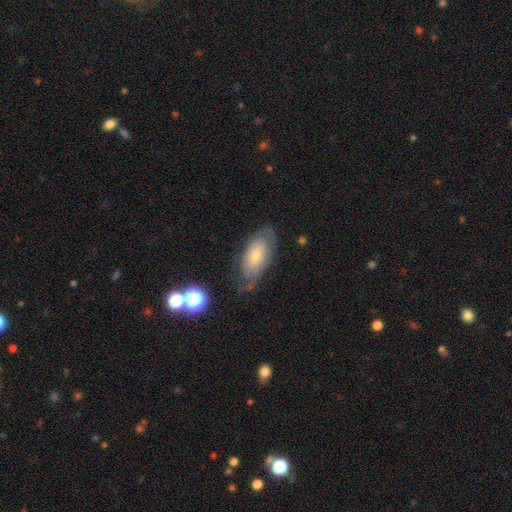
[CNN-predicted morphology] smooth 46% (tied), featured or disk 46% (tied), star or artifact 8%. Down the decision tree: merging — none (59%).